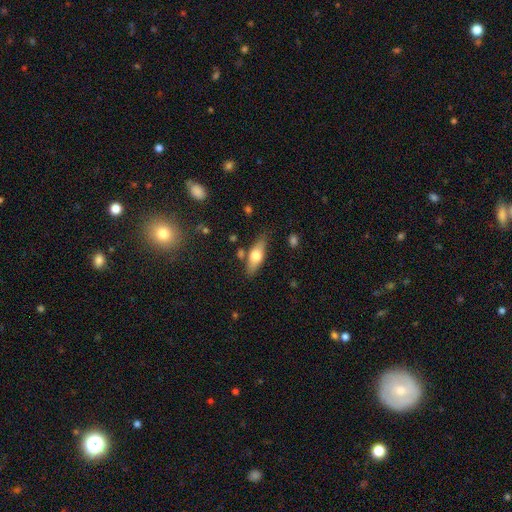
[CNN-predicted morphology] This appears to be a smooth galaxy with no disk features (59%) that is in between round and cigar-shaped (63%). Merging: none (77%).